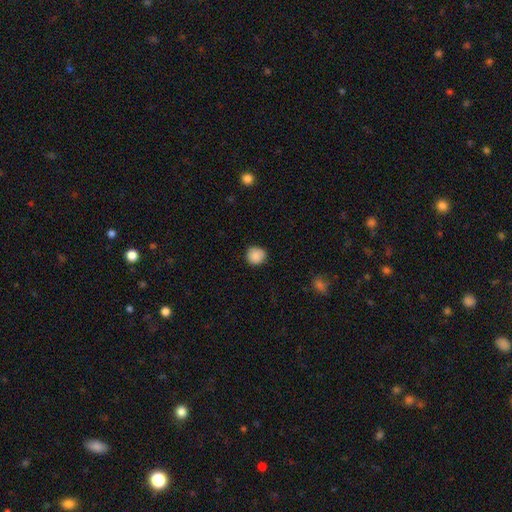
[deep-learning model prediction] A smooth galaxy with no disk features (87%) that is round (91%).

Vote fractions:
- Smooth or featured? smooth: 87% / star or artifact: 8% / featured or disk: 4%
- How rounded? round: 91% / in between: 9% / cigar-shaped: 1%
- Merging? none: 83% / minor disturbance: 13% / major disturbance: 2% / merger: 1%